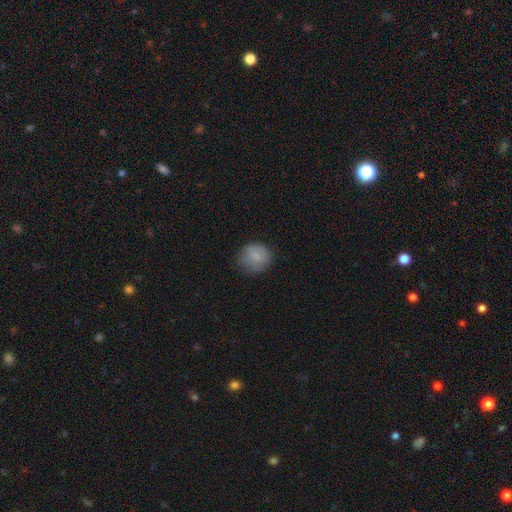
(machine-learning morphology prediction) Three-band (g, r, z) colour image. It shows a smooth galaxy with no disk features (83%) that is round (77%). Merging: none (71%).